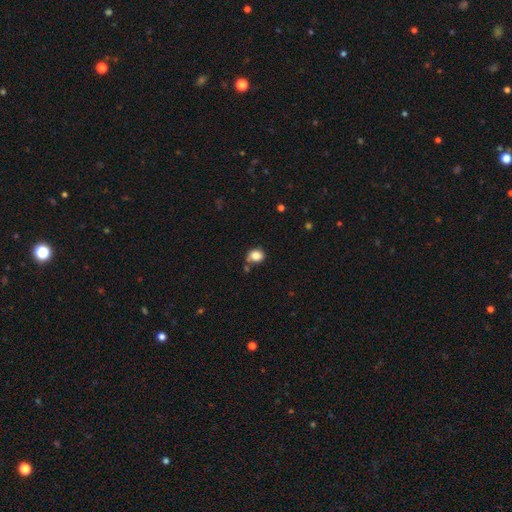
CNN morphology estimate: smooth 84%, star or artifact 10%, featured or disk 6%. Down the decision tree: how rounded — round (58%); merging — none (68%).